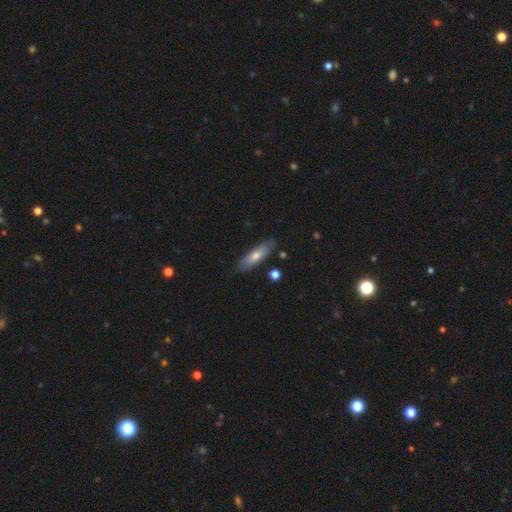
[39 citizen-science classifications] Morphology: type=smooth (49%); roundness=cigar-shaped (74%); merging=none (78%).